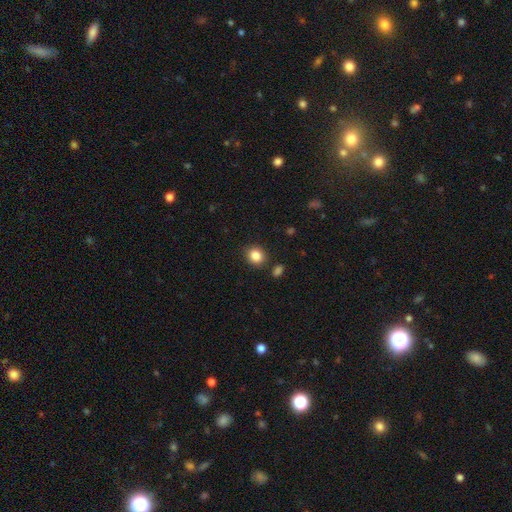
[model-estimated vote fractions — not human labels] This appears to be a smooth galaxy with no disk features (85%) that is round (73%). Merging: none (84%).